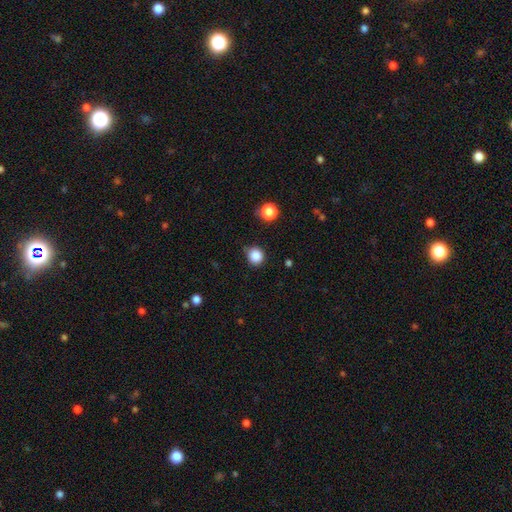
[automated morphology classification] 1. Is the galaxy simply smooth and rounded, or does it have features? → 85% smooth, 12% star or artifact, 3% featured or disk.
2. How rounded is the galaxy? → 90% round, 9% in between, 1% cigar-shaped.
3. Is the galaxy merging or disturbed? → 80% none, 15% minor disturbance, 3% major disturbance, 2% merger.